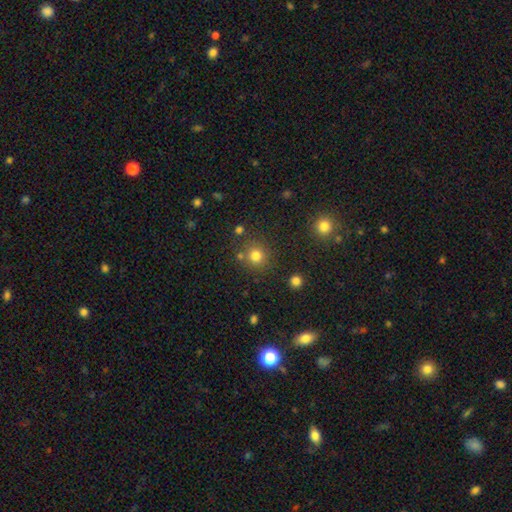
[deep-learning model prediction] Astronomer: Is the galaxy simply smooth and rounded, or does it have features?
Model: smooth — 80%.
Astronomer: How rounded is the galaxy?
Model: round — 91%.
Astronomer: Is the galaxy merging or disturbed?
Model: none — 80%.